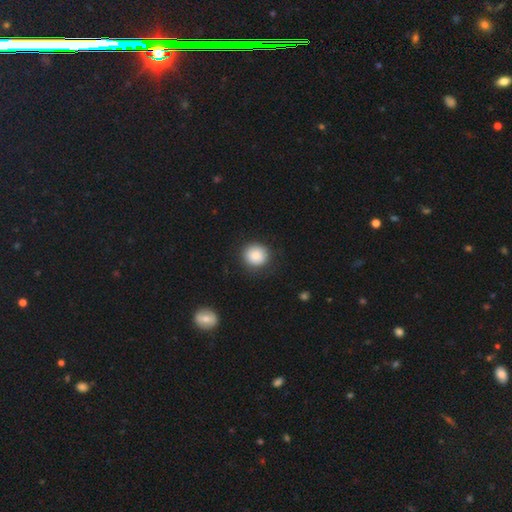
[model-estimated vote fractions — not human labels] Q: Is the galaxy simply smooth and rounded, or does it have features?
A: smooth — 87%.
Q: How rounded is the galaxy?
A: round — 90%.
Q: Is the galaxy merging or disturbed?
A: none — 87%.